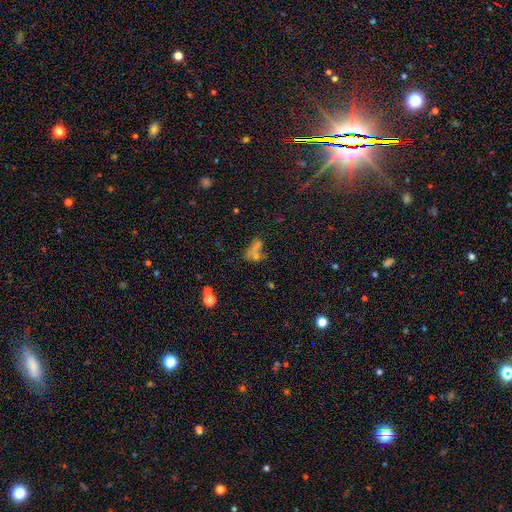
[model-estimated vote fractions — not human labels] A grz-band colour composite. It shows a smooth galaxy with no disk features (45%). Merging: none (41%).